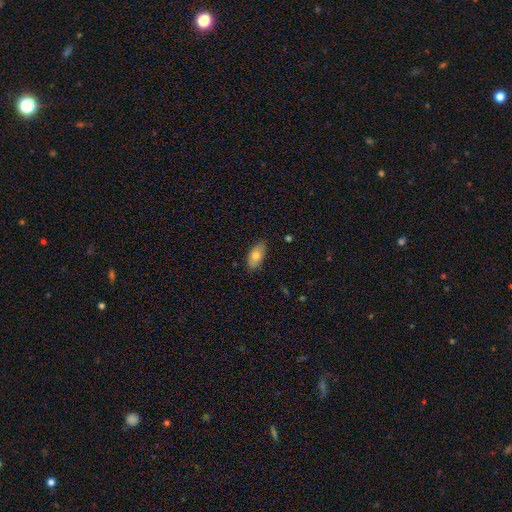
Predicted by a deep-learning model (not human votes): Morphology: type=smooth (75%); roundness=in between (89%); merging=none (84%).